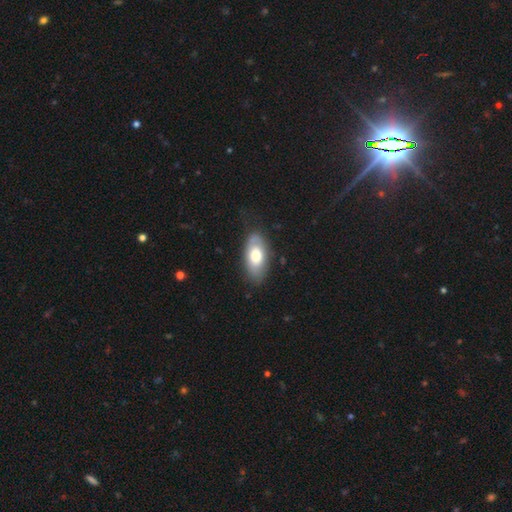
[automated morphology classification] Overall: smooth (60%; featured or disk 34%). How rounded: in between (92%). Merging: none (73%).